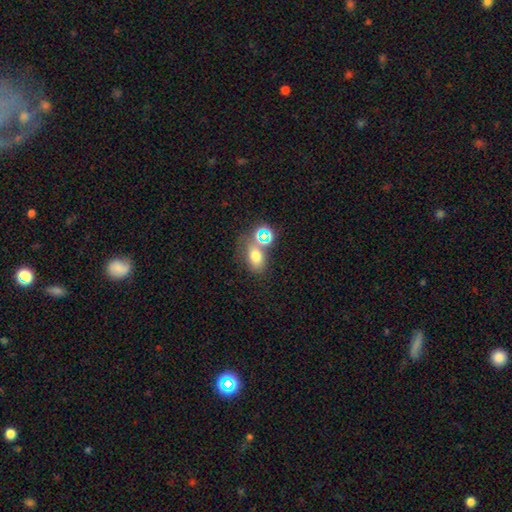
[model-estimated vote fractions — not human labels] Smooth or featured? Predicted: smooth (p=0.66). How rounded? Predicted: in between (p=0.73). Merging? Predicted: none (p=0.51).